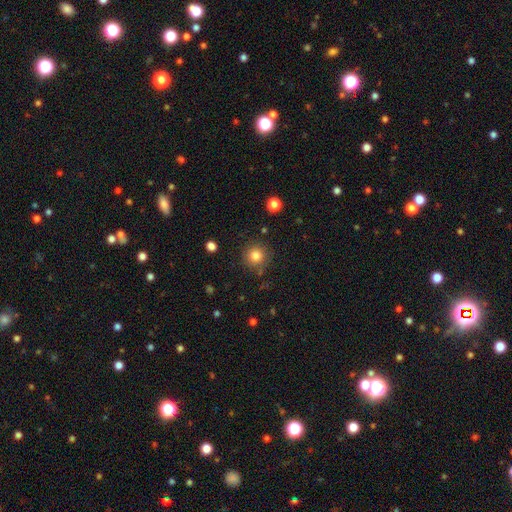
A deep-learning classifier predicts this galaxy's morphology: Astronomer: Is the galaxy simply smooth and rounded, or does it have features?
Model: smooth — 82%.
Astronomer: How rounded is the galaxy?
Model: round — 94%.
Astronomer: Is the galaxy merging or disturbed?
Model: none — 84%.